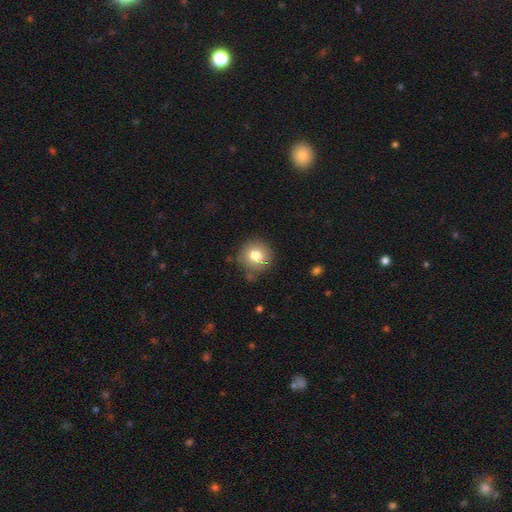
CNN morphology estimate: Smooth or featured? smooth (79%)
How rounded? round (91%)
Merging? none (81%)